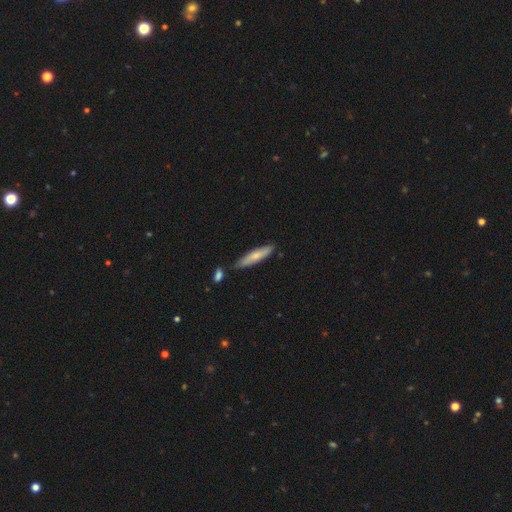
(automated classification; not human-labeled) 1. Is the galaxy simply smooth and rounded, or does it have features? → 69% smooth, 25% featured or disk, 5% star or artifact.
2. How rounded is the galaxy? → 83% cigar-shaped, 16% in between, 1% round.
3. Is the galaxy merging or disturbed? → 77% none, 15% minor disturbance, 7% merger, 2% major disturbance.